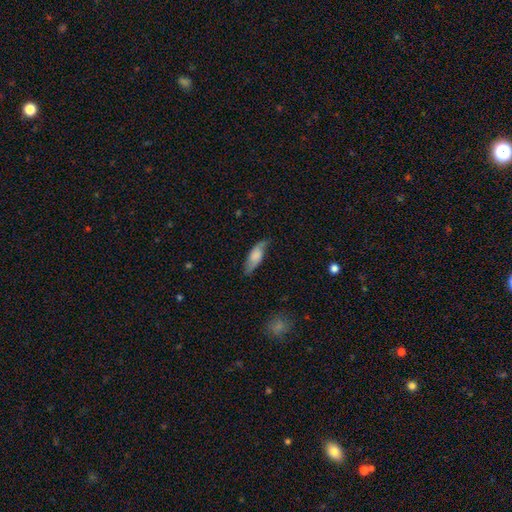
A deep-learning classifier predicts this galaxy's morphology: The model was most divided on "smooth or featured": smooth: 50%, featured or disk: 43%, star or artifact: 7%. More confident: merging — none (70%).